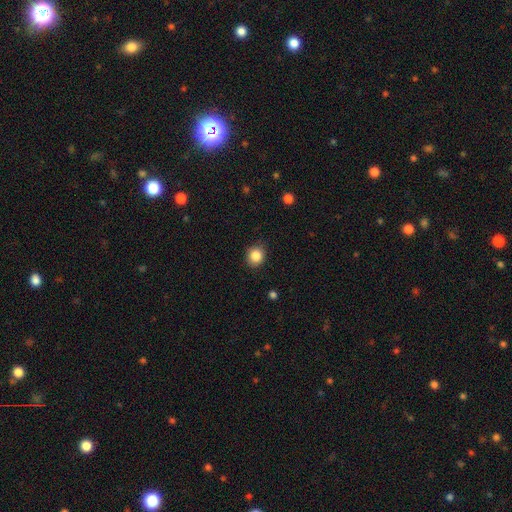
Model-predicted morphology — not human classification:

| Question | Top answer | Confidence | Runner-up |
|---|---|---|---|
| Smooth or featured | smooth | 86% | star or artifact (10%) |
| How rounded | round | 79% | in between (20%) |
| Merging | none | 86% | minor disturbance (10%) |